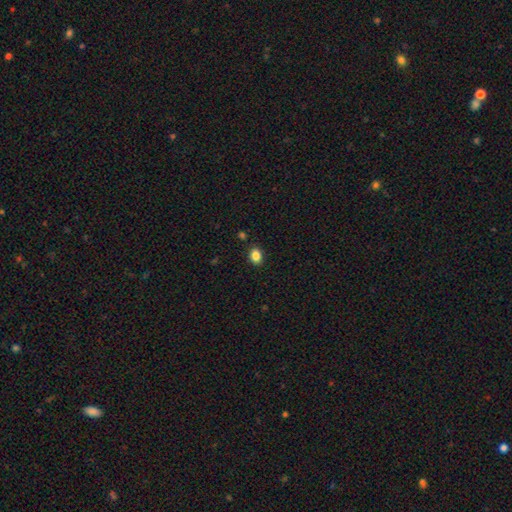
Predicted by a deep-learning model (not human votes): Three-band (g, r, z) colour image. It shows a smooth galaxy with no disk features (86%) that is in between round and cigar-shaped (65%). Merging: none (88%).